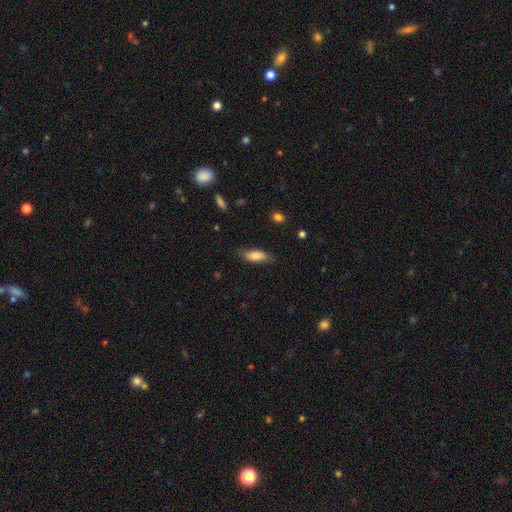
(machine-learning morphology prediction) A smooth galaxy with no disk features (78%) that is in between round and cigar-shaped (70%). Merging: none (74%).